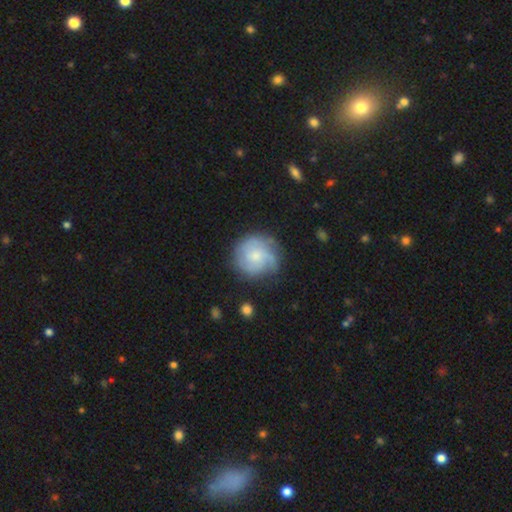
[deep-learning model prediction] The model was most divided on "bulge size": small: 46%, moderate: 41%, none: 7%, large: 4%, dominant: 1%. More confident: edge-on disk — no (98%); spiral arms — yes (83%); bar — no (74%); merging — none (67%); smooth or featured — featured or disk (56%).